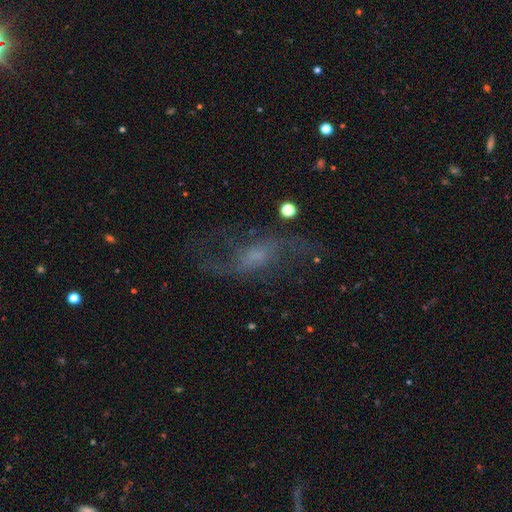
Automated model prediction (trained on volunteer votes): featured or disk 68%, smooth 18%, star or artifact 14%. Down the decision tree: edge-on disk — no (92%); bar — no (55%); spiral arms — yes (81%); spiral arm count — 2 (80%); spiral winding — loose (75%); bulge size — small (40%); merging — none (56%).